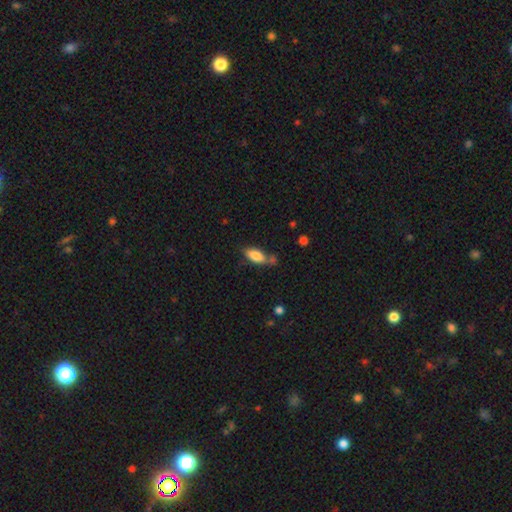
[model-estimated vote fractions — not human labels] A smooth galaxy with no disk features (78%) that is in between round and cigar-shaped (78%).

Vote fractions:
- Smooth or featured? smooth: 78% / featured or disk: 15% / star or artifact: 7%
- How rounded? in between: 78% / cigar-shaped: 20% / round: 3%
- Merging? none: 54% / minor disturbance: 23% / merger: 16% / major disturbance: 7%